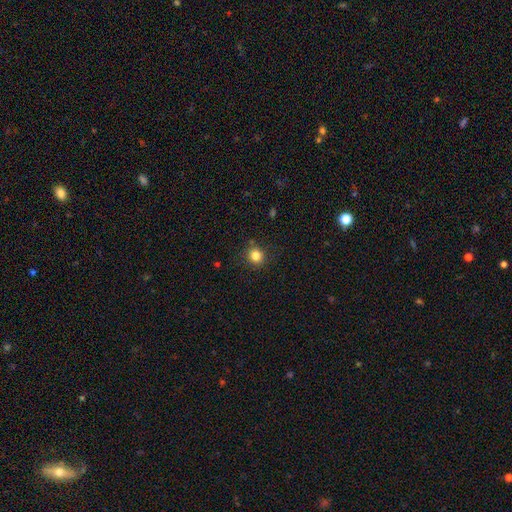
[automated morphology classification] Q: Smooth or featured?
A: smooth (83%); runner-up: star or artifact (12%)
Q: How rounded?
A: round (88%); runner-up: in between (12%)
Q: Merging?
A: none (87%); runner-up: minor disturbance (8%)